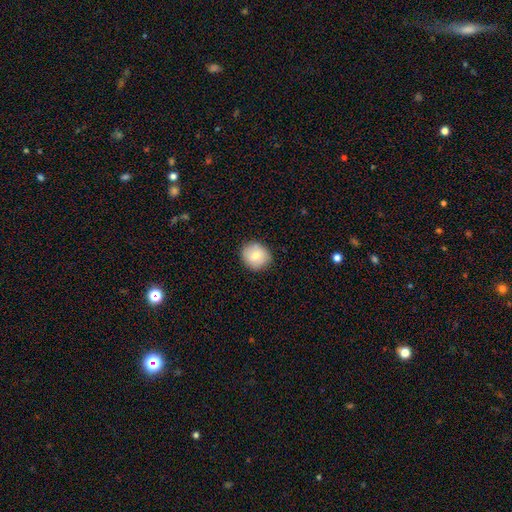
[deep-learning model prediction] A smooth galaxy with no disk features (78%) that is round (83%).

Vote fractions:
- Smooth or featured? smooth: 78% / featured or disk: 14% / star or artifact: 8%
- How rounded? round: 83% / in between: 16% / cigar-shaped: 1%
- Merging? none: 86% / minor disturbance: 11% / major disturbance: 2% / merger: 1%